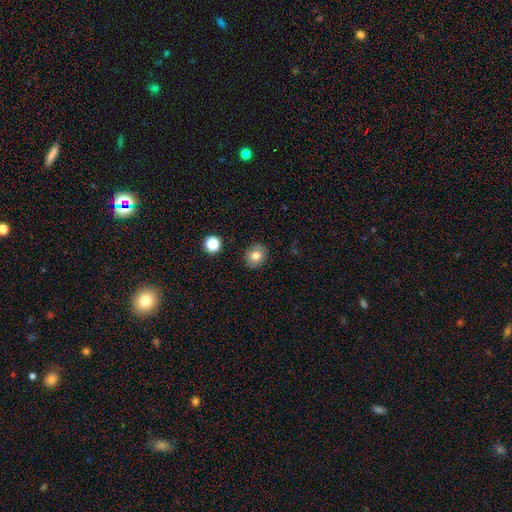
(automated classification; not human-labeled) Q: Smooth or featured?
A: smooth (79%); runner-up: star or artifact (11%)
Q: How rounded?
A: round (71%); runner-up: in between (28%)
Q: Merging?
A: none (88%); runner-up: minor disturbance (8%)